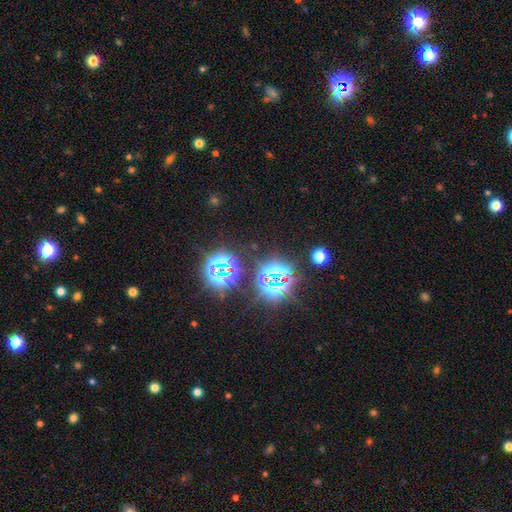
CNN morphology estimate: type=star or artifact (69%).